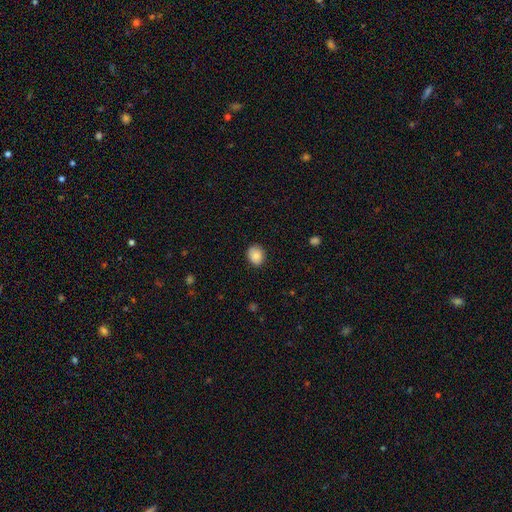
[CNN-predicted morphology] This appears to be a smooth galaxy with no disk features (86%) that is round (60%). Merging: none (86%).